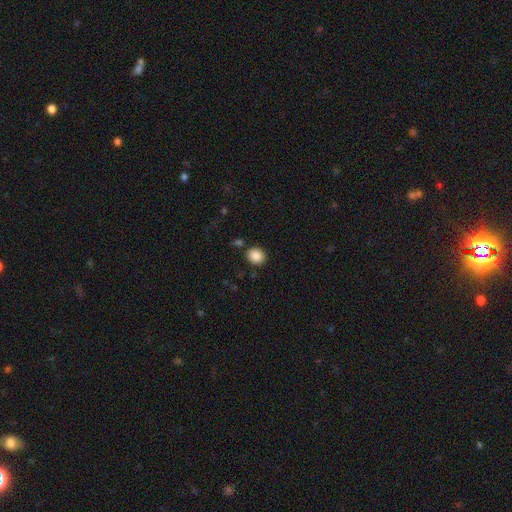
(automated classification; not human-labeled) Smooth or featured? Predicted: smooth (p=0.88). How rounded? Predicted: round (p=0.67). Merging? Predicted: none (p=0.85).